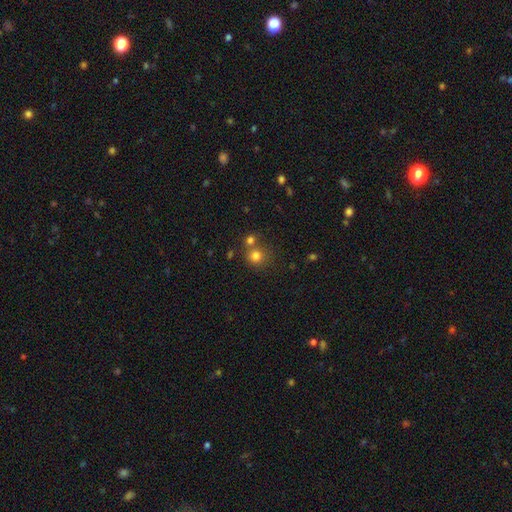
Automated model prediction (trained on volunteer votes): Smooth or featured: smooth — 77% (star or artifact — 15%)
How rounded: round — 85% (in between — 14%)
Merging: none — 57% (merger — 30%)